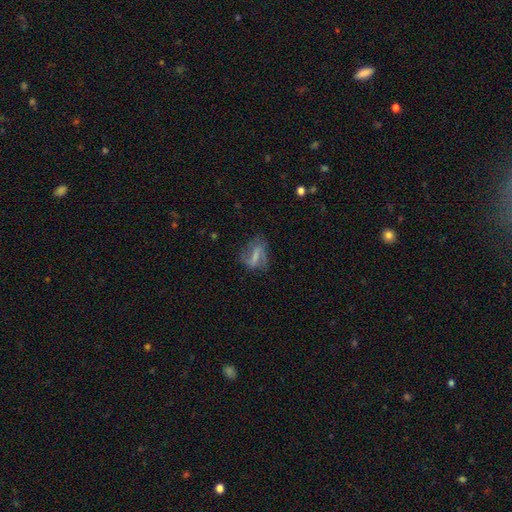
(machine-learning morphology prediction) A featured or disk galaxy (67%) with a strong bar (46%), 2 (73%) loose (47%) spiral arms (80%) and no central bulge (44%).

Vote fractions:
- Smooth or featured? featured or disk: 67% / smooth: 24% / star or artifact: 9%
- Edge-on disk? no: 95% / yes: 5%
- Bar? strong: 46% / weak: 37% / no: 17%
- Spiral arms? yes: 80% / no: 20%
- Spiral winding? loose: 47% / medium: 38% / tight: 15%
- Spiral arm count? 2: 73% / can't tell: 11% / 1: 11% / 3: 3% / 4: 1% / more than 4: 1%
- Bulge size? none: 44% / small: 31% / moderate: 19% / large: 5% / dominant: 1%
- Merging? none: 55% / minor disturbance: 23% / major disturbance: 20% / merger: 3%